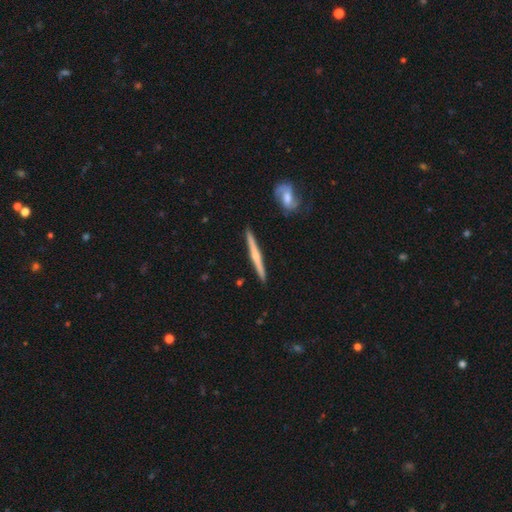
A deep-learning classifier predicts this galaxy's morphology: This appears to be a featured or disk galaxy (69%) viewed edge-on (98%) with a rounded central bulge (70%). Merging: none (91%).